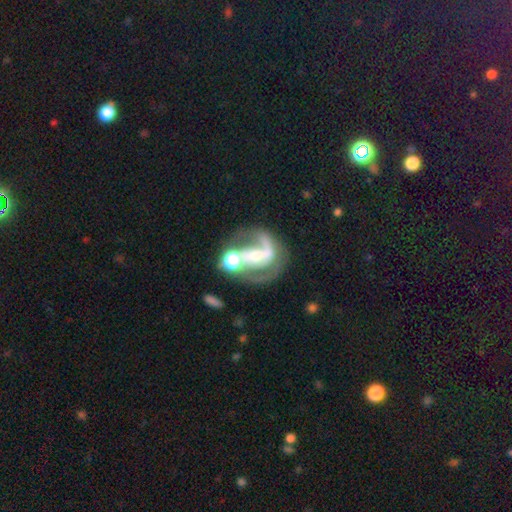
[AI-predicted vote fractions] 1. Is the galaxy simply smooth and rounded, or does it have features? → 80% featured or disk, 11% smooth, 9% star or artifact.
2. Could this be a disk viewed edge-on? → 97% no, 3% yes.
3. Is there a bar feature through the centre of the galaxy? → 35% weak, 34% strong, 30% no.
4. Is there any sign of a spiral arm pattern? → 89% yes, 11% no.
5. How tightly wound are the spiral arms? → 49% medium, 31% loose, 20% tight.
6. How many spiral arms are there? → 64% 2, 24% 1, 7% can't tell, 2% 3, 1% 4, 1% more than 4.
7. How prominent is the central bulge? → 44% moderate, 42% small, 6% large, 6% none, 2% dominant.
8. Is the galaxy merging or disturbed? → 39% none, 25% merger, 21% major disturbance, 15% minor disturbance.